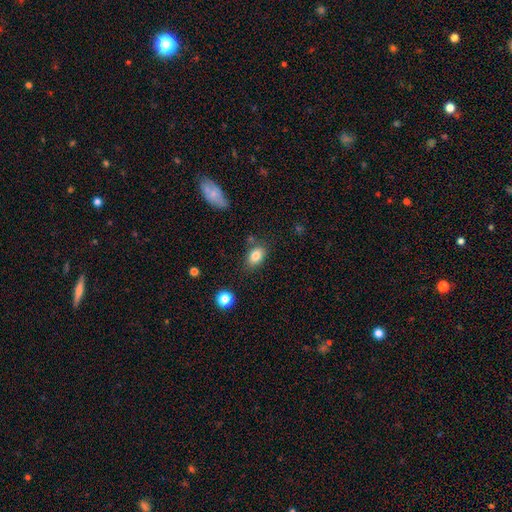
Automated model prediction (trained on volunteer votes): smooth-or-featured: smooth: 83% | star or artifact: 9% | featured or disk: 8%
  how-rounded: in between: 83% | round: 15% | cigar-shaped: 2%
  merging: none: 75% | minor disturbance: 15% | merger: 6% | major disturbance: 4%